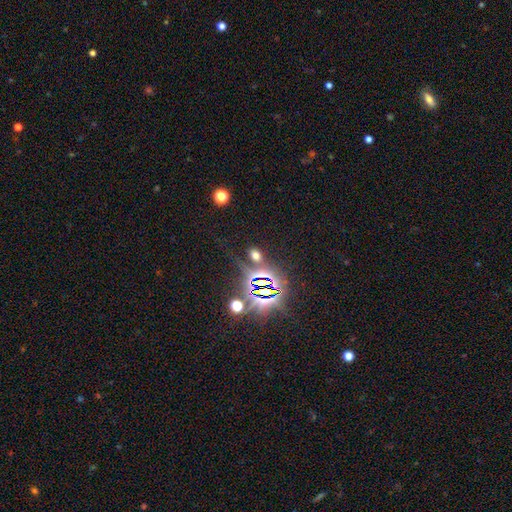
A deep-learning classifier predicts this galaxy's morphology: Smooth or featured?
  - smooth: 49% *
  - star or artifact: 42%
  - featured or disk: 9%
Merging?
  - none: 76% *
  - minor disturbance: 10%
  - merger: 8%
  - major disturbance: 6%